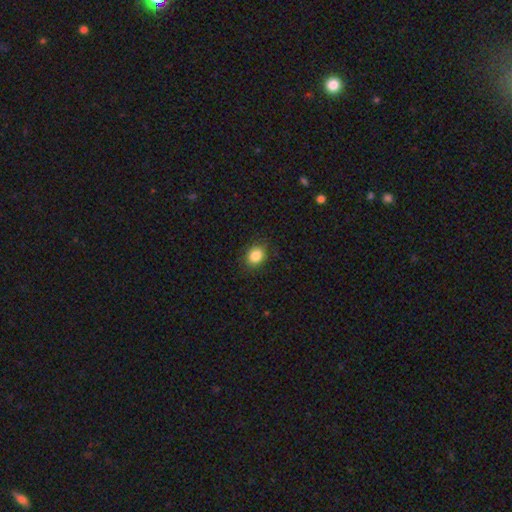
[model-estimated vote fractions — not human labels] The model was most divided on "how rounded": round: 57%, in between: 42%, cigar-shaped: 1%. More confident: merging — none (87%); smooth or featured — smooth (86%).